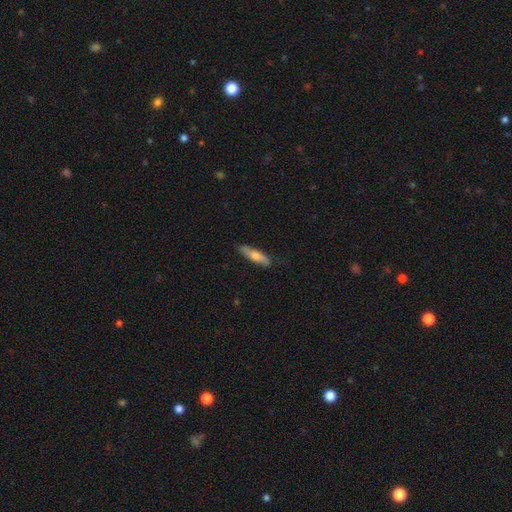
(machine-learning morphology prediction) Smooth or featured? smooth (60%)
How rounded? cigar-shaped (72%)
Merging? none (81%)